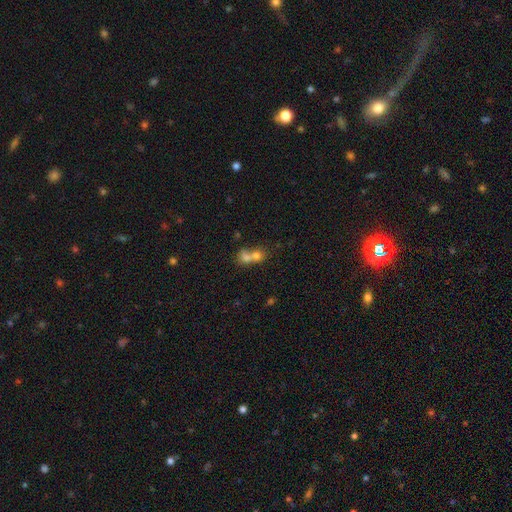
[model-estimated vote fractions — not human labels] smooth-or-featured: smooth: 71% | featured or disk: 16% | star or artifact: 12%
  how-rounded: round: 65% | in between: 33% | cigar-shaped: 2%
  merging: merger: 70% | none: 21% | minor disturbance: 5% | major disturbance: 4%